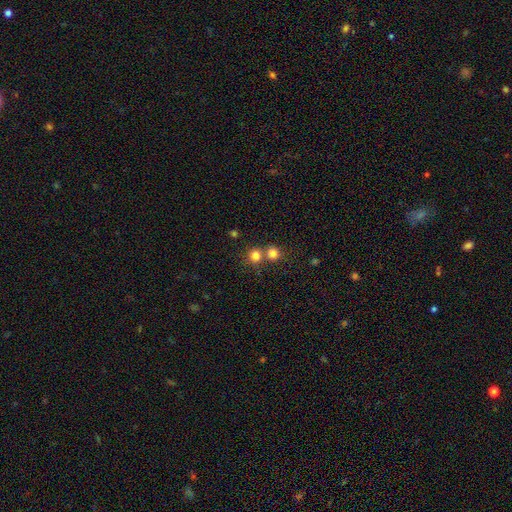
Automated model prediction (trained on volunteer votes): Smooth or featured? Predicted: smooth (p=0.79). How rounded? Predicted: round (p=0.89). Merging? Predicted: none (p=0.56).